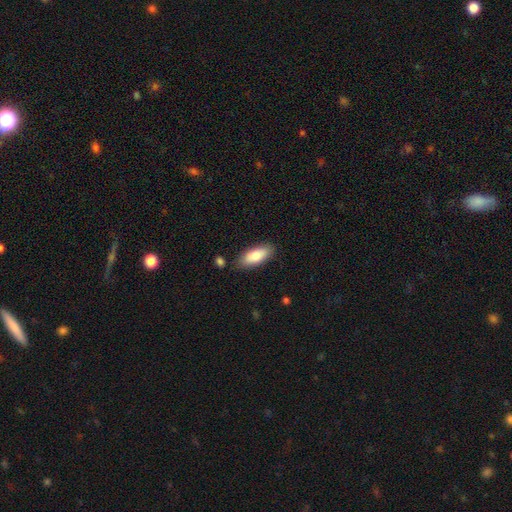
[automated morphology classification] Smooth or featured? Predicted: smooth (p=0.80). How rounded? Predicted: in between (p=0.83). Merging? Predicted: none (p=0.83).